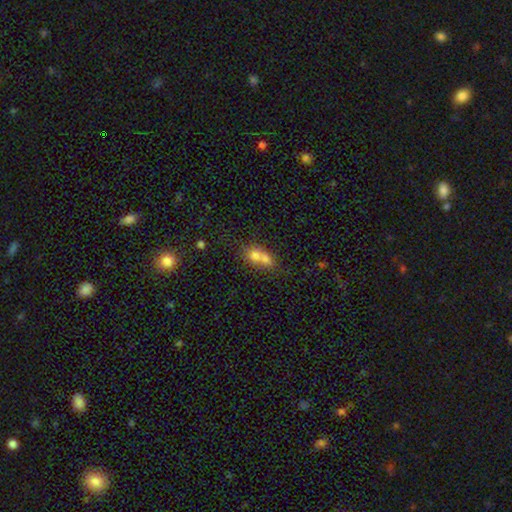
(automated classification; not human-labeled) smooth-or-featured: smooth: 70% | featured or disk: 19% | star or artifact: 12%
  how-rounded: round: 55% | in between: 43% | cigar-shaped: 2%
  merging: merger: 68% | none: 22% | minor disturbance: 7% | major disturbance: 4%